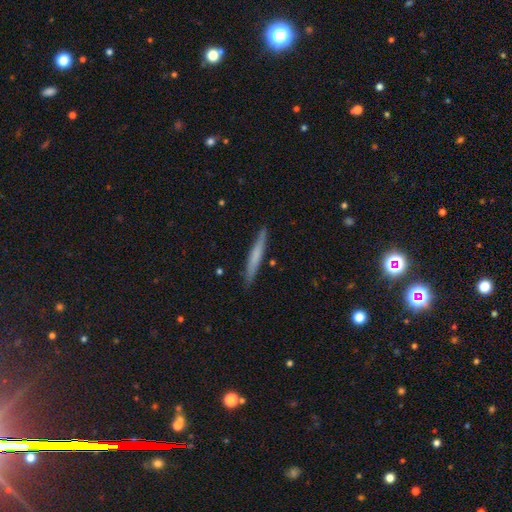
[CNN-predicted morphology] smooth_or_featured: smooth (p=0.61) [alt: featured or disk p=0.33]
how_rounded: cigar-shaped (p=0.96) [alt: in between p=0.03]
merging: none (p=0.88) [alt: minor disturbance p=0.09]